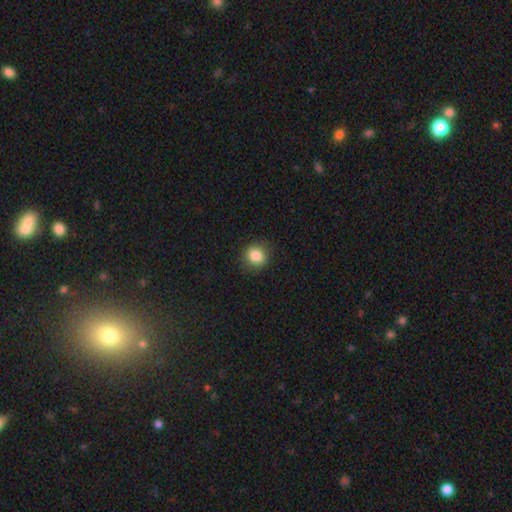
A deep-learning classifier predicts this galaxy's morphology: Q: Smooth or featured?
A: smooth (85%); runner-up: star or artifact (10%)
Q: How rounded?
A: round (84%); runner-up: in between (15%)
Q: Merging?
A: none (87%); runner-up: minor disturbance (9%)